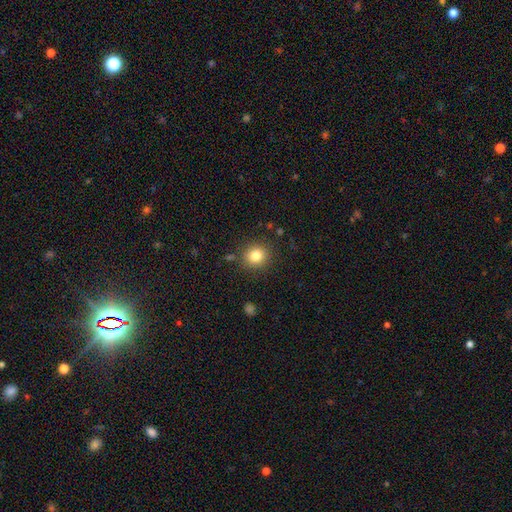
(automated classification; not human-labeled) Smooth or featured?
  - smooth: 82% *
  - star or artifact: 11%
  - featured or disk: 7%
How rounded?
  - round: 88% *
  - in between: 11%
  - cigar-shaped: 1%
Merging?
  - none: 87% *
  - minor disturbance: 8%
  - major disturbance: 3%
  - merger: 2%